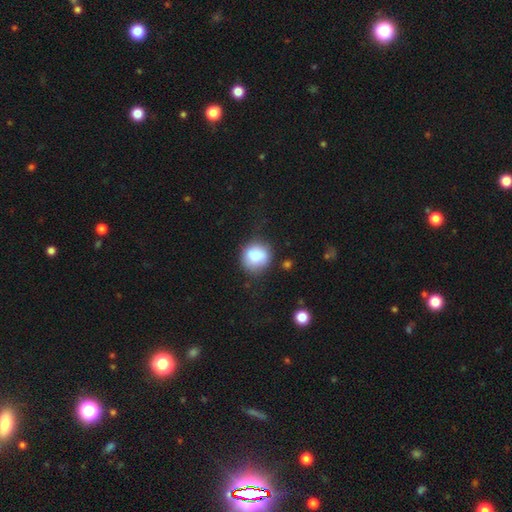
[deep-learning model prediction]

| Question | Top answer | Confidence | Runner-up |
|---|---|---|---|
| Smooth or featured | smooth | 82% | featured or disk (10%) |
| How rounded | round | 86% | in between (13%) |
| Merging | none | 73% | minor disturbance (18%) |